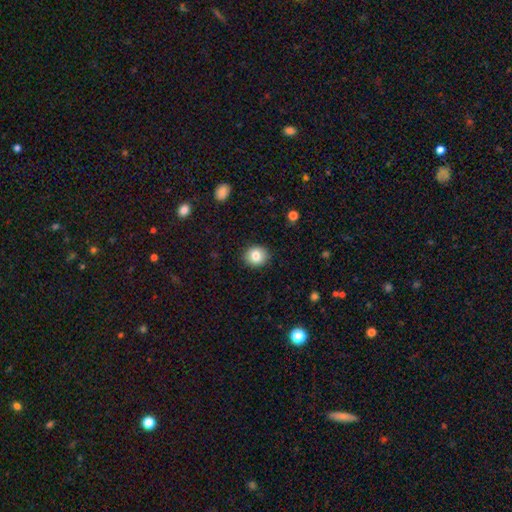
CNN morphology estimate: A smooth galaxy with no disk features (82%) that is round (78%). Merging: none (90%).